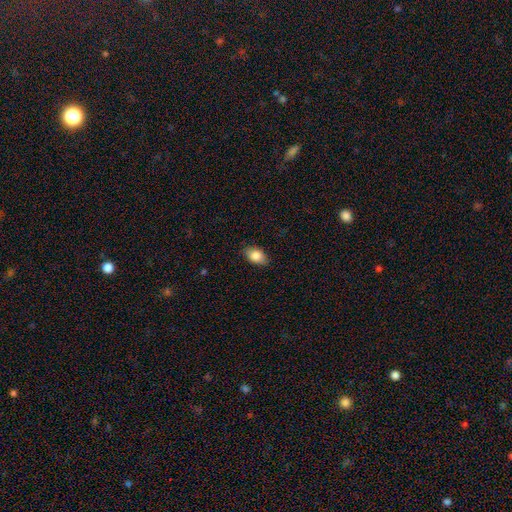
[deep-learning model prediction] Overall: smooth (84%). How rounded: in between (86%). Merging: none (84%).